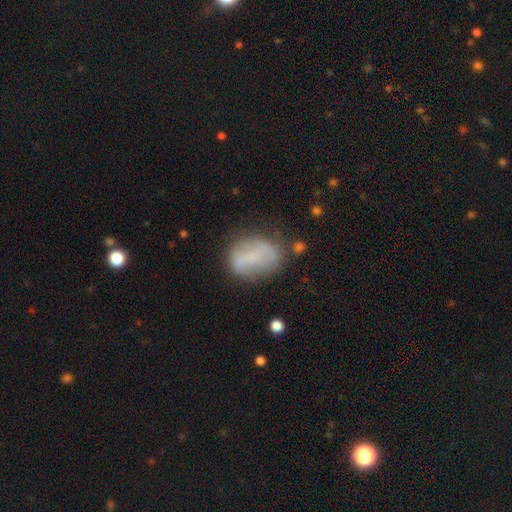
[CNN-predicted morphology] Smooth or featured? Predicted: smooth (p=0.56). How rounded? Predicted: in between (p=0.77). Merging? Predicted: none (p=0.58).